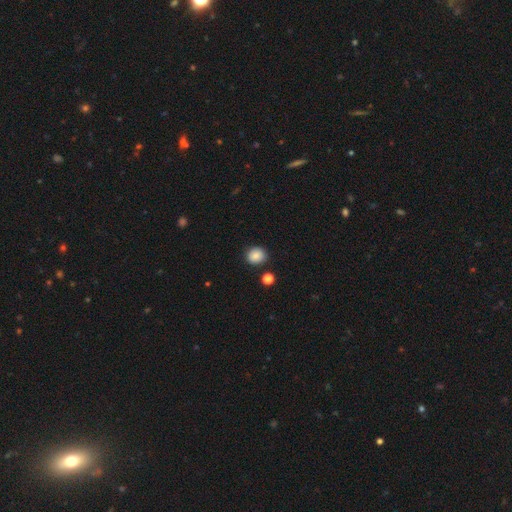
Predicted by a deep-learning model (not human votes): A smooth galaxy with no disk features (83%) that is round (81%).

Vote fractions:
- Smooth or featured? smooth: 83% / star or artifact: 10% / featured or disk: 6%
- How rounded? round: 81% / in between: 18% / cigar-shaped: 1%
- Merging? none: 87% / minor disturbance: 8% / merger: 3% / major disturbance: 2%